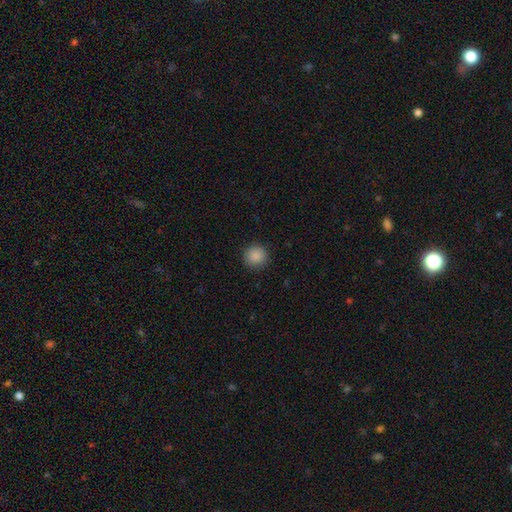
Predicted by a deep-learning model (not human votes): The model was most divided on "smooth or featured": smooth: 88%, star or artifact: 9%, featured or disk: 3%. More confident: how rounded — round (95%); merging — none (91%).